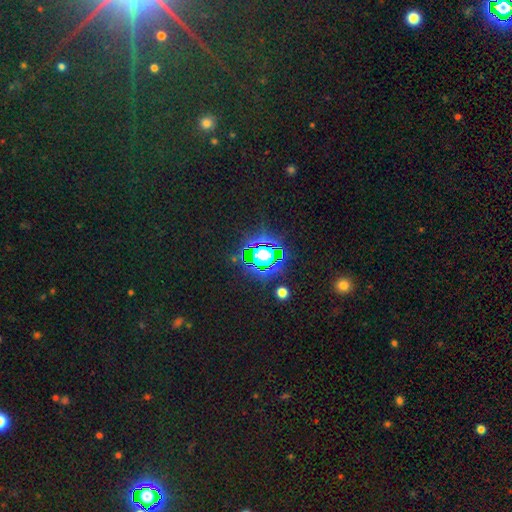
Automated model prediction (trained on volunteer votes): smooth_or_featured: star or artifact (p=0.80) [alt: smooth p=0.12]